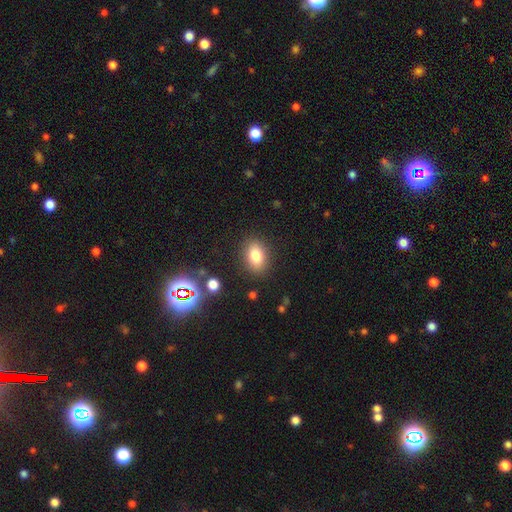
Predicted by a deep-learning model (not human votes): smooth_or_featured: smooth (p=0.80) [alt: star or artifact p=0.11]
how_rounded: in between (p=0.78) [alt: round p=0.21]
merging: none (p=0.86) [alt: minor disturbance p=0.09]